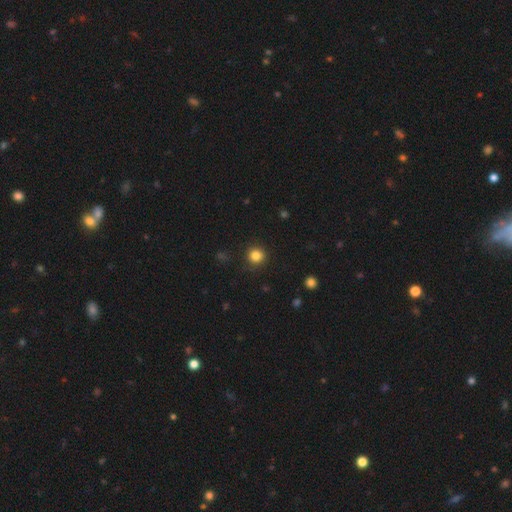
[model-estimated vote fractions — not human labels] smooth 83%, star or artifact 12%, featured or disk 5%. Down the decision tree: how rounded — round (93%); merging — none (90%).